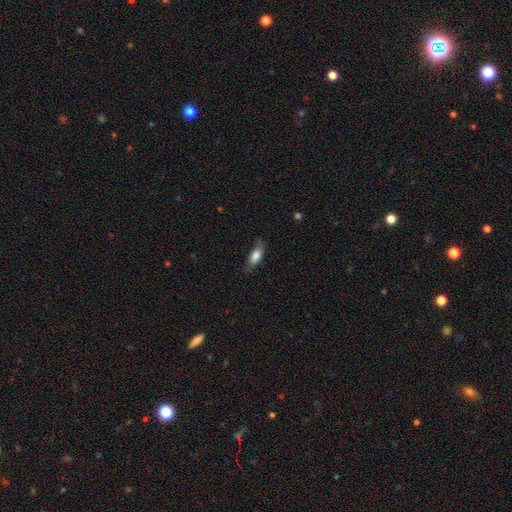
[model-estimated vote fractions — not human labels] smooth-or-featured: smooth: 74% | featured or disk: 19% | star or artifact: 7%
  how-rounded: in between: 70% | cigar-shaped: 27% | round: 3%
  merging: none: 64% | minor disturbance: 26% | major disturbance: 8% | merger: 1%